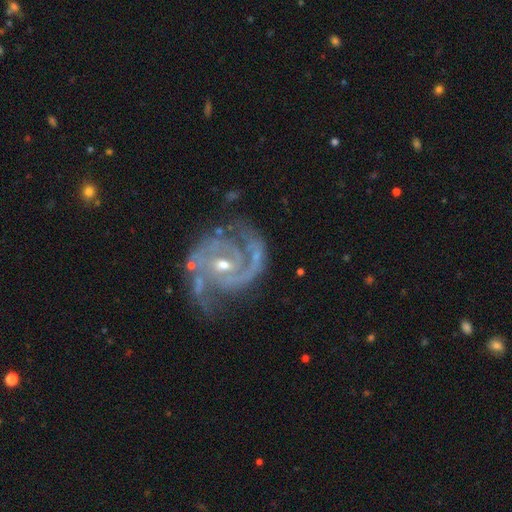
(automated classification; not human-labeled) Smooth or featured? featured or disk (91%)
Edge-on disk? no (98%)
Bar? no (43%)
Spiral arms? yes (97%)
Spiral winding? tight (53%)
Spiral arm count? 2 (64%)
Bulge size? small (48%, tied with moderate)
Merging? none (61%)